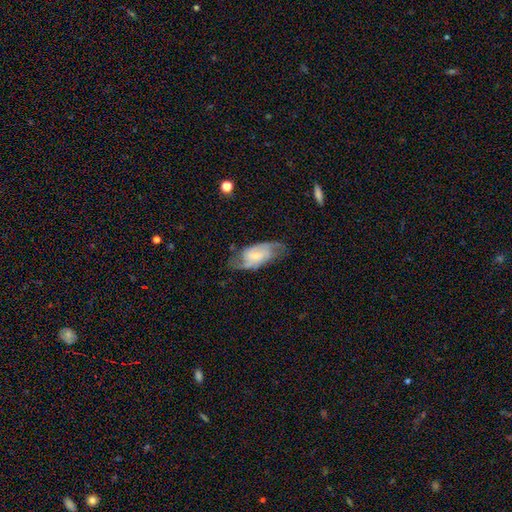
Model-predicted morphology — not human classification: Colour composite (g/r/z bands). It shows a featured or disk galaxy (79%) with a weak bar (46%), 2 (81%) medium (50%) spiral arms (95%) and a small central bulge (58%). Merging: none (68%).